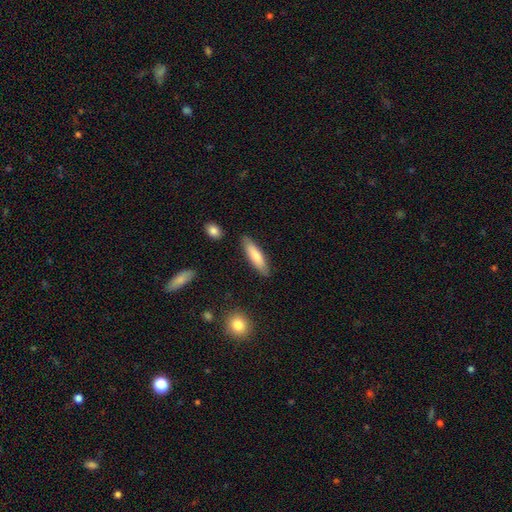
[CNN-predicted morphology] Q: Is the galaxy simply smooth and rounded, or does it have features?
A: smooth — 78%.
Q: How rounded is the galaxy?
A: cigar-shaped — 68%.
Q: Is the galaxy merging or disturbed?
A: none — 86%.